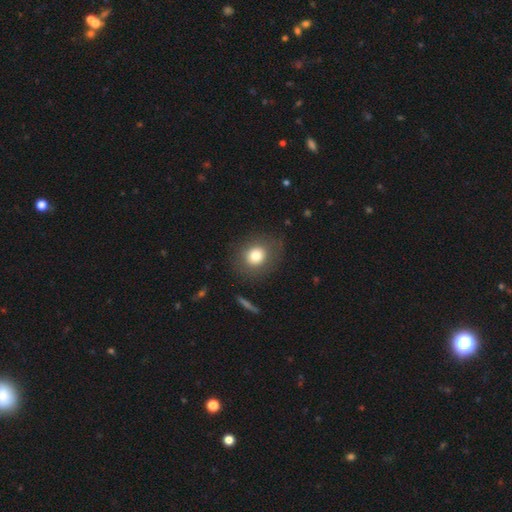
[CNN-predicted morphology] Smooth or featured? Predicted: smooth (p=0.78). How rounded? Predicted: round (p=0.73). Merging? Predicted: none (p=0.82).